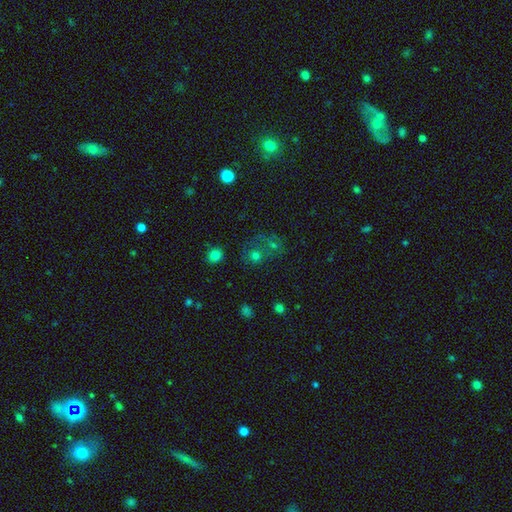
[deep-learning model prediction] smooth 63%, star or artifact 22%, featured or disk 15%. Down the decision tree: how rounded — round (78%); merging — none (47%).